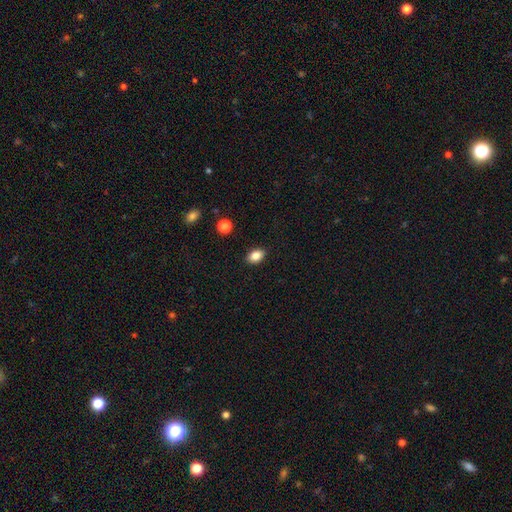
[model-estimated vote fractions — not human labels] This is clearly a smooth galaxy (85%). How rounded: clearly in between (82%). Merging: clearly none (89%).